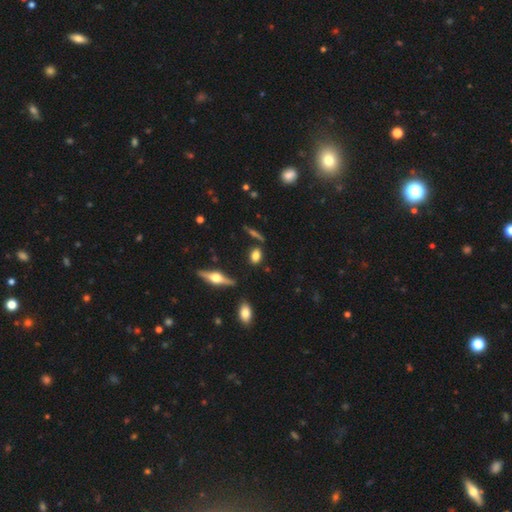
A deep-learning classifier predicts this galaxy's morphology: A smooth galaxy with no disk features (67%) that is in between round and cigar-shaped (67%).

Vote fractions:
- Smooth or featured? smooth: 67% / featured or disk: 23% / star or artifact: 10%
- How rounded? in between: 67% / round: 22% / cigar-shaped: 10%
- Merging? none: 78% / minor disturbance: 12% / merger: 6% / major disturbance: 4%